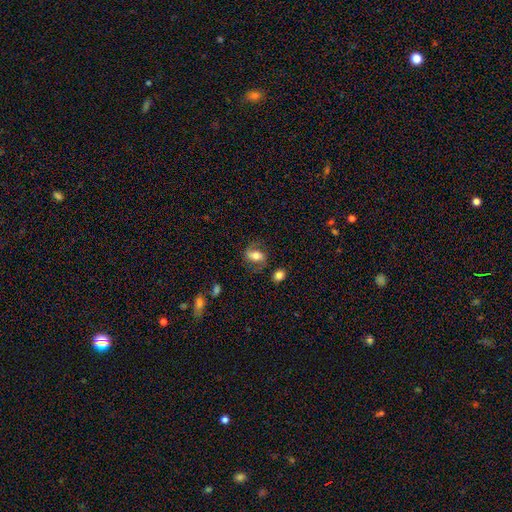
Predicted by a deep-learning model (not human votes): Q: Smooth or featured?
A: smooth (50%); runner-up: featured or disk (41%)
Q: How rounded?
A: in between (77%); runner-up: round (18%)
Q: Merging?
A: none (68%); runner-up: minor disturbance (18%)